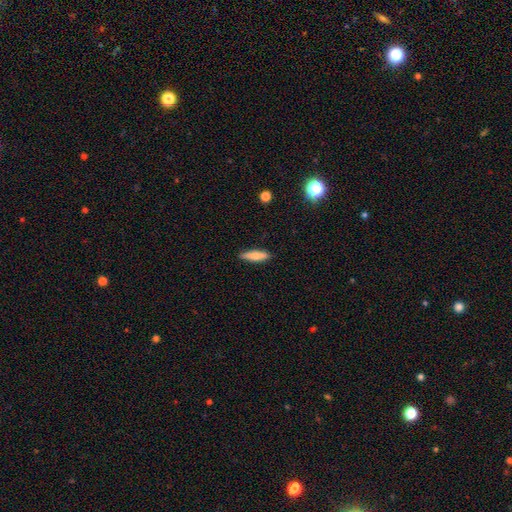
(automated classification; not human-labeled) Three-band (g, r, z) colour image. It shows a smooth galaxy with no disk features (74%) that is cigar-shaped (71%). Merging: none (87%).